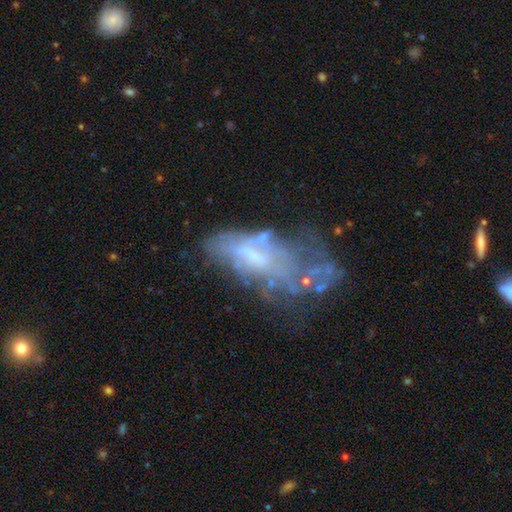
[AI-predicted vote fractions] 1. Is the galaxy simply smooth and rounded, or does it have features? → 58% featured or disk, 29% smooth, 12% star or artifact.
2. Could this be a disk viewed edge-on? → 91% no, 9% yes.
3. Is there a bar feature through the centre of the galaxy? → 69% no, 23% weak, 8% strong.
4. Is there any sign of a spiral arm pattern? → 81% no, 19% yes.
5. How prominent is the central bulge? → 42% none, 28% small, 25% moderate, 4% large, 1% dominant.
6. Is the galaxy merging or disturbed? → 37% major disturbance, 28% none, 22% minor disturbance, 13% merger.